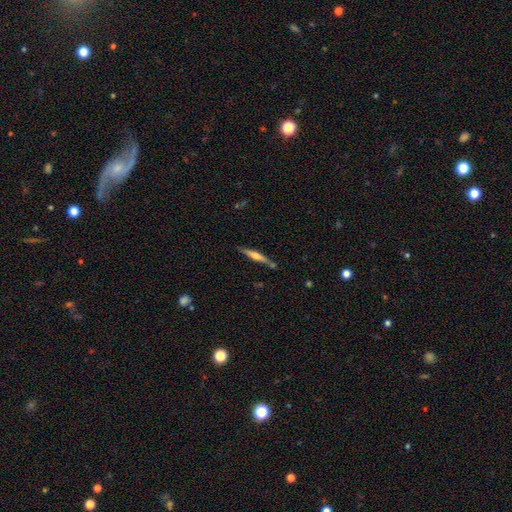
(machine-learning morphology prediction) The model was most divided on "smooth or featured": featured or disk: 61%, smooth: 33%, star or artifact: 6%. More confident: edge-on disk — yes (97%); edge-on bulge — rounded (80%); merging — none (79%).